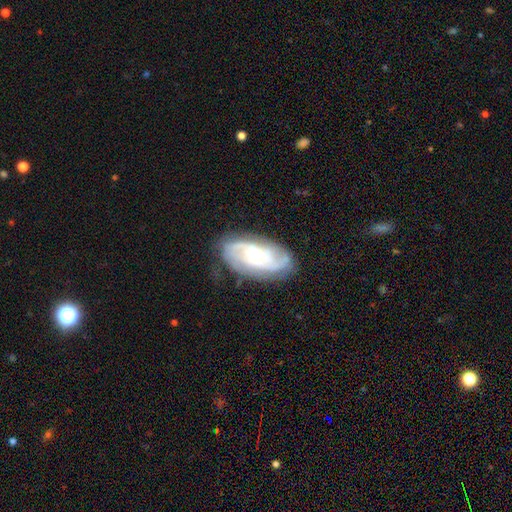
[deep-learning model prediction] A featured or disk galaxy (84%) with no bar (59%), 2 (28%, tied with 3) tight (52%) spiral arms (96%) and a moderate central bulge (52%).

Vote fractions:
- Smooth or featured? featured or disk: 84% / smooth: 11% / star or artifact: 6%
- Edge-on disk? no: 95% / yes: 5%
- Bar? no: 59% / weak: 34% / strong: 7%
- Spiral arms? yes: 96% / no: 4%
- Spiral winding? tight: 52% / medium: 37% / loose: 10%
- Spiral arm count? 2: 28% (tied) / 3: 28% (tied) / can't tell: 24% / 4: 10% / more than 4: 5% / 1: 5%
- Bulge size? moderate: 52% / small: 39% / large: 6% / none: 2% / dominant: 1%
- Merging? none: 78% / minor disturbance: 16% / major disturbance: 5% / merger: 1%